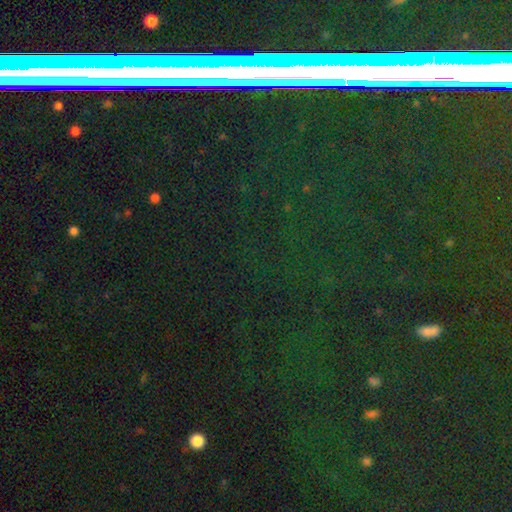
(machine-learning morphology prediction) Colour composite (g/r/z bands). It shows a star or artifact, not a galaxy (80%).